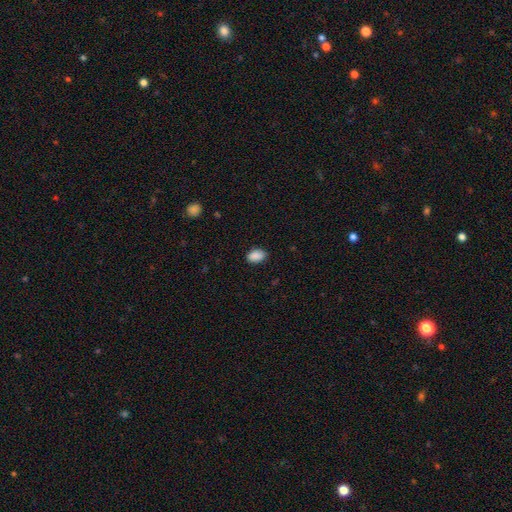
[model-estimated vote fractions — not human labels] This is clearly a smooth galaxy (89%). How rounded: clearly in between (87%). Merging: clearly none (83%).